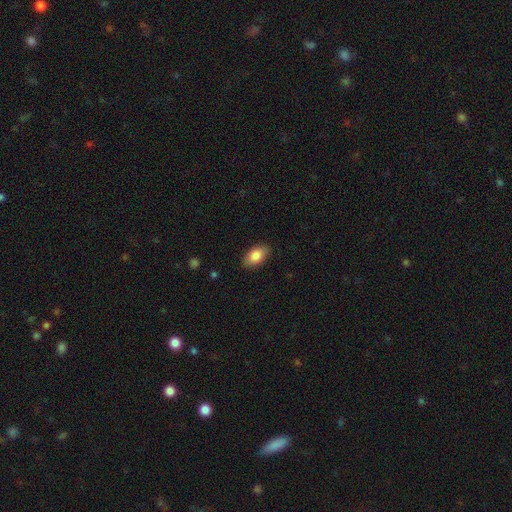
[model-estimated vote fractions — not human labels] smooth_or_featured: smooth (p=0.85) [alt: featured or disk p=0.08]
how_rounded: in between (p=0.93) [alt: round p=0.05]
merging: none (p=0.87) [alt: minor disturbance p=0.10]